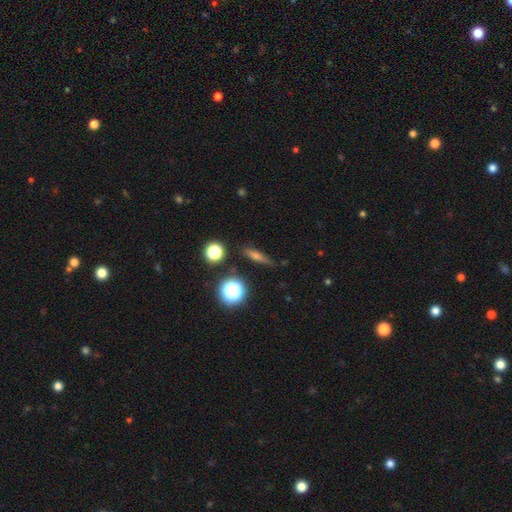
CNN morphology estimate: Smooth or featured?
  - smooth: 40% *
  - featured or disk: 31%
  - star or artifact: 29%
Merging?
  - none: 83% *
  - minor disturbance: 10%
  - merger: 3%
  - major disturbance: 3%